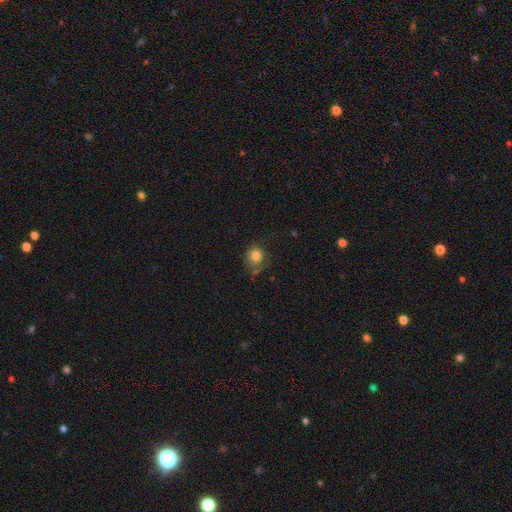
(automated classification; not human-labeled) This is clearly a smooth galaxy (81%). How rounded: clearly round (81%). Merging: likely none (60%).